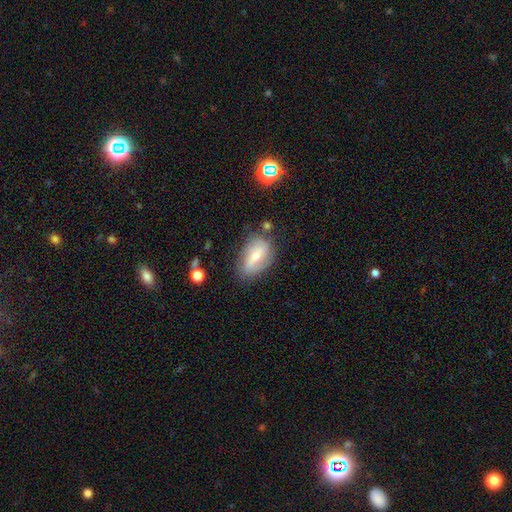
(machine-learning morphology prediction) Smooth or featured?
  - featured or disk: 50% *
  - smooth: 41%
  - star or artifact: 9%
Merging?
  - none: 66% *
  - minor disturbance: 23%
  - major disturbance: 8%
  - merger: 4%